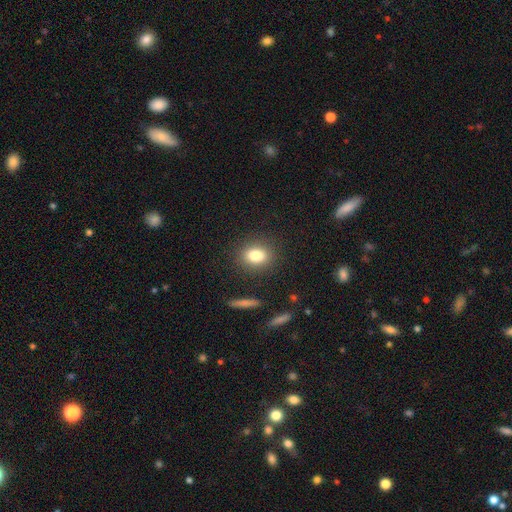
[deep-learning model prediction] Smooth or featured?
  - smooth: 82% *
  - star or artifact: 10%
  - featured or disk: 8%
How rounded?
  - in between: 58% *
  - round: 39%
  - cigar-shaped: 2%
Merging?
  - none: 87% *
  - minor disturbance: 9%
  - major disturbance: 3%
  - merger: 2%